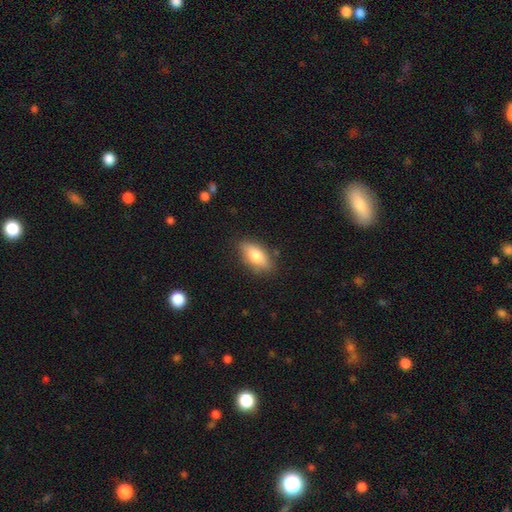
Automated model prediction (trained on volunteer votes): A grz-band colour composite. It shows a smooth galaxy with no disk features (74%) that is in between round and cigar-shaped (82%). Merging: none (82%).